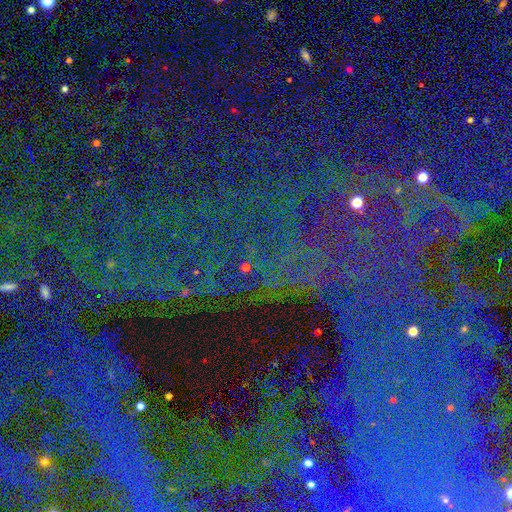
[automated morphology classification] Smooth or featured? Predicted: star or artifact (p=0.86).